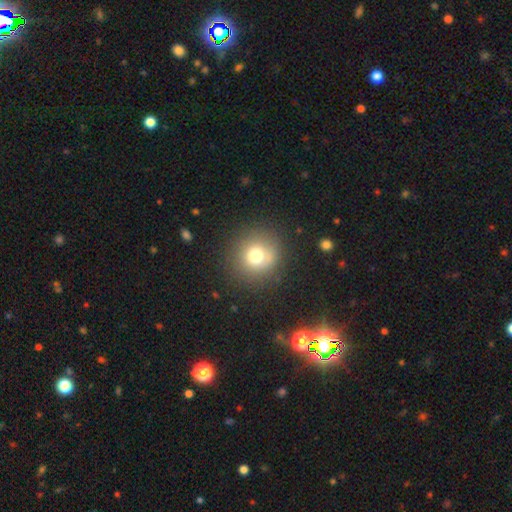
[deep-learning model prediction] Overall: smooth (72%). How rounded: round (92%). Merging: none (82%).